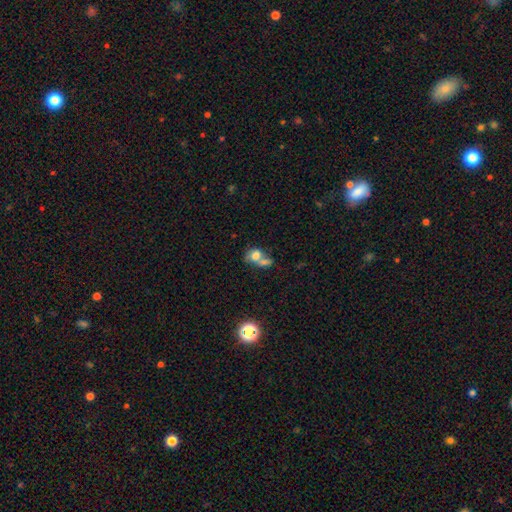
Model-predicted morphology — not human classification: type=smooth (70%); roundness=in between (54%); merging=merger (64%).